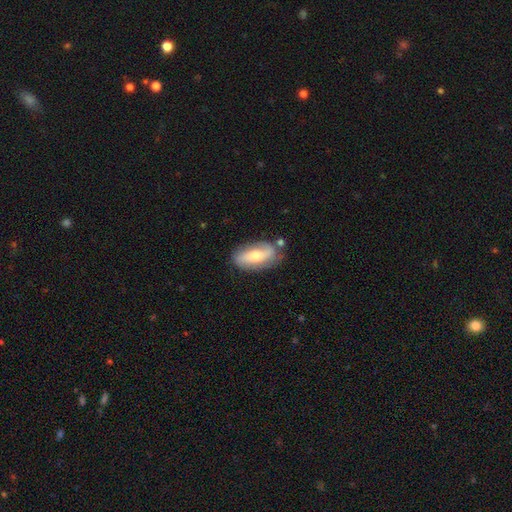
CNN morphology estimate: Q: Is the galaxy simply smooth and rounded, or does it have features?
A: smooth — 50%.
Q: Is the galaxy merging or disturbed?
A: none — 70%.